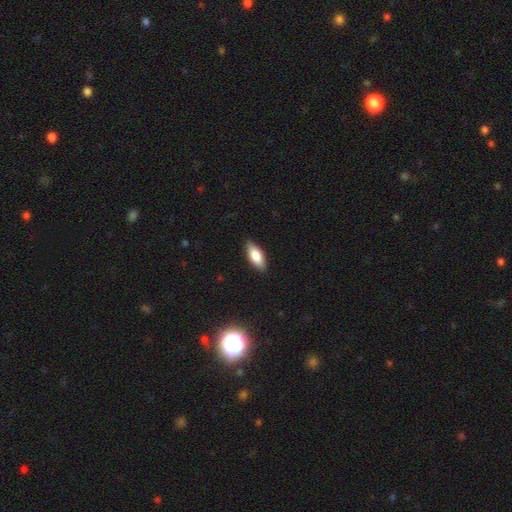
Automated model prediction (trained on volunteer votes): smooth-or-featured: smooth: 78% | featured or disk: 15% | star or artifact: 6%
  how-rounded: in between: 79% | cigar-shaped: 19% | round: 2%
  merging: none: 86% | minor disturbance: 11% | major disturbance: 2% | merger: 1%